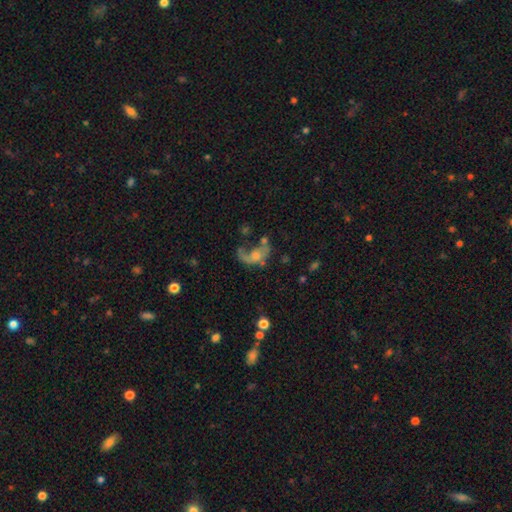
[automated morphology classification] Overall: featured or disk (58%; smooth 30%). Edge-on disk: no (97%). Bar: no (78%). Spiral arms: yes (57%; no 43%). Bulge size: none (31%; moderate 29%). Merging: major disturbance (48%; none 22%).